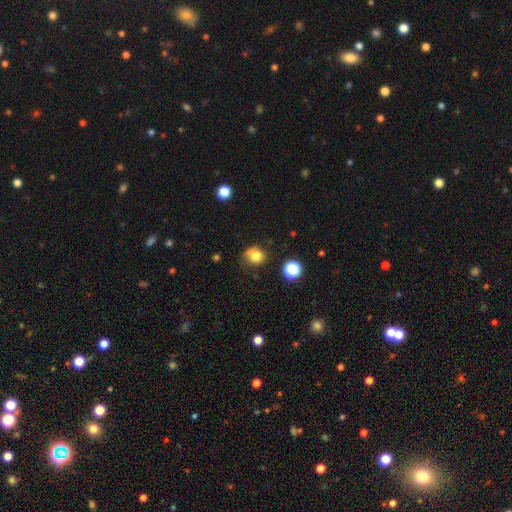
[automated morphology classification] Smooth or featured?
  - smooth: 77% *
  - star or artifact: 12%
  - featured or disk: 10%
How rounded?
  - round: 73% *
  - in between: 26%
  - cigar-shaped: 1%
Merging?
  - none: 60% *
  - minor disturbance: 27%
  - major disturbance: 9%
  - merger: 3%